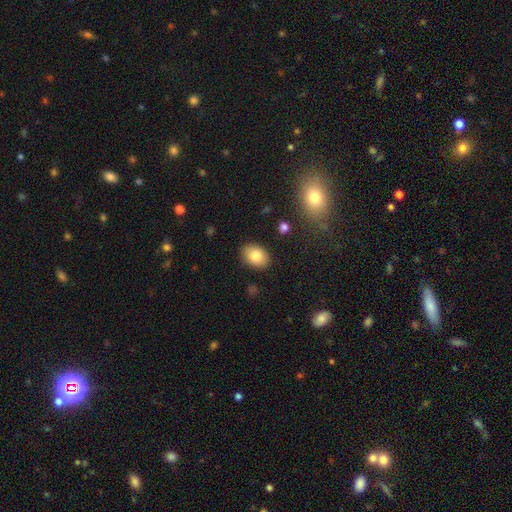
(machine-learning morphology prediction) This is clearly a smooth galaxy (81%). How rounded: likely in between (78%). Merging: clearly none (88%).